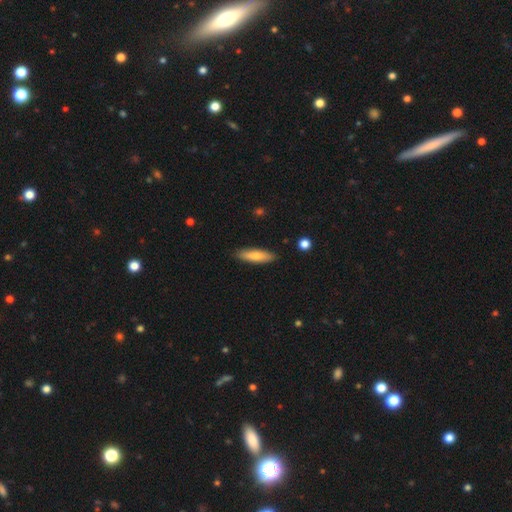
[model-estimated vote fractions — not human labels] This appears to be a smooth galaxy with no disk features (76%) that is cigar-shaped (68%). Merging: none (88%).